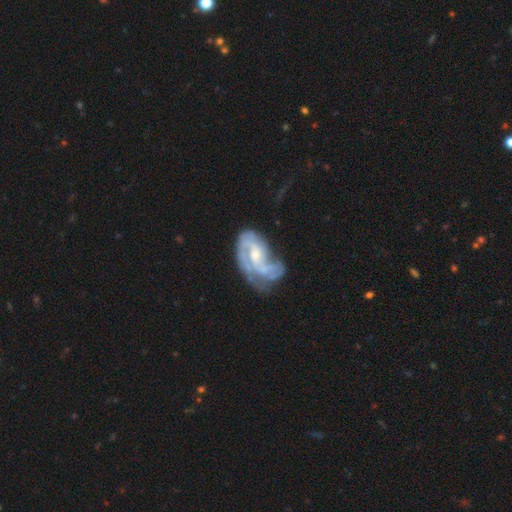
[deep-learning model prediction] The model was most divided on "merging" (2-way tie): major disturbance: 32%, none: 32%, minor disturbance: 27%, merger: 10%. Remaining: edge-on disk — no (97%); spiral arms — yes (87%); smooth or featured — featured or disk (81%); bar — no (51%); bulge size — small (47%); spiral winding — medium (43%); spiral arm count — 2 (41%).